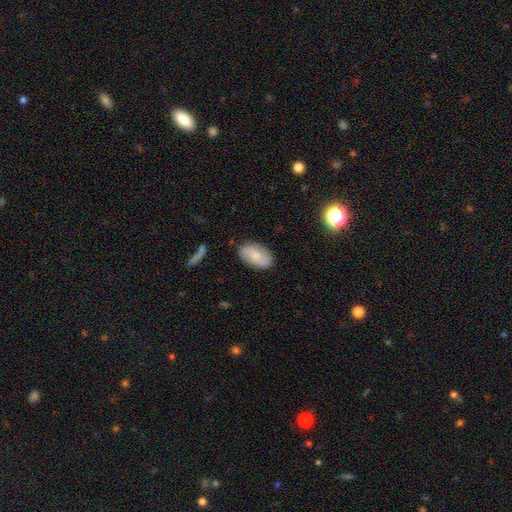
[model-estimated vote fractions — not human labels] Q: Smooth or featured?
A: smooth (71%); runner-up: featured or disk (22%)
Q: How rounded?
A: in between (93%); runner-up: round (5%)
Q: Merging?
A: none (82%); runner-up: minor disturbance (13%)